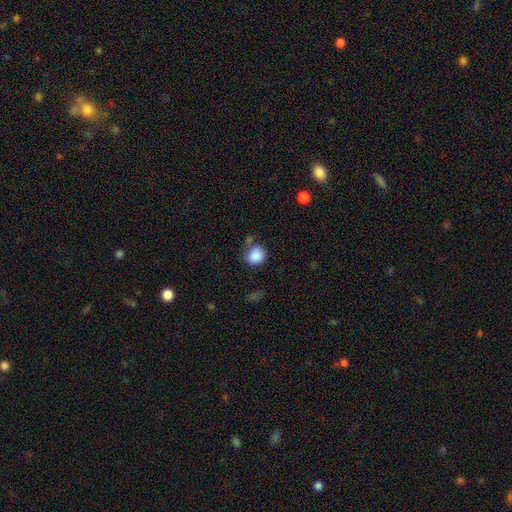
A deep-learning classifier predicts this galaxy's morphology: This is clearly a smooth galaxy (87%). How rounded: likely round (80%). Merging: likely none (65%).